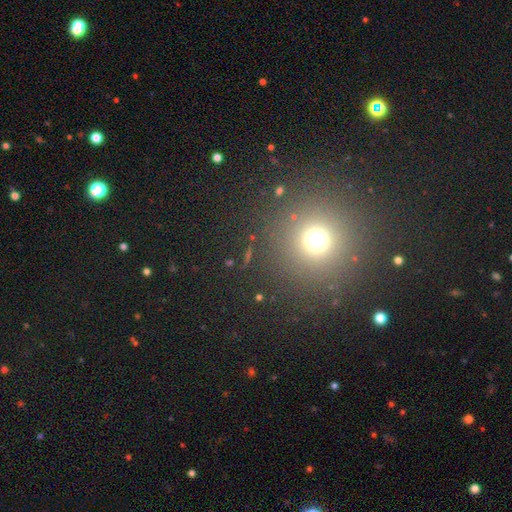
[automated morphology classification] Smooth or featured? smooth (57%)
How rounded? round (95%)
Merging? none (91%)